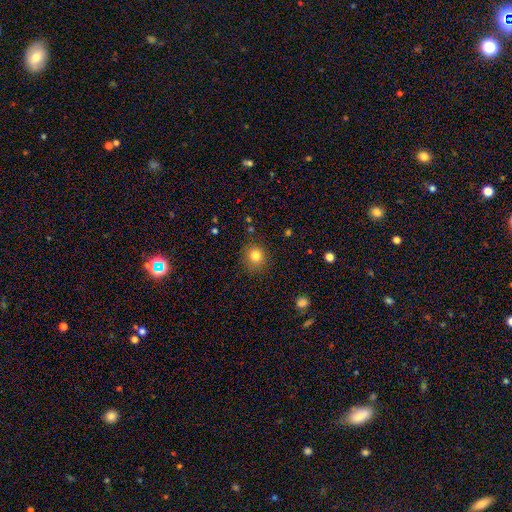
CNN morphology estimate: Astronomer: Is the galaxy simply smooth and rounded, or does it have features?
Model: smooth — 82%.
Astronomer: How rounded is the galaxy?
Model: round — 81%.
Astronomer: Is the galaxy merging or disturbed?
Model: none — 85%.